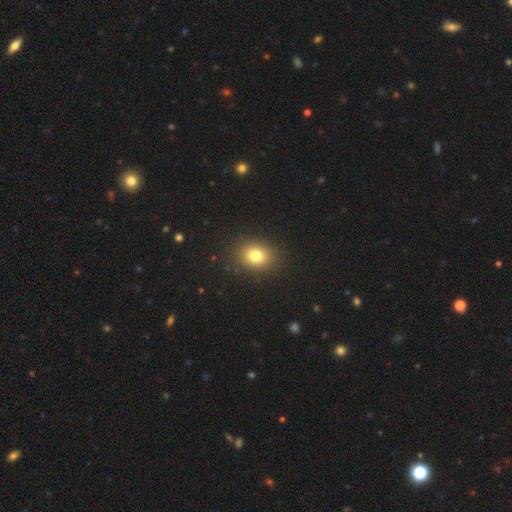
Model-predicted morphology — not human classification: smooth-or-featured: smooth: 79% | star or artifact: 12% | featured or disk: 8%
  how-rounded: round: 50% | in between: 49% | cigar-shaped: 1%
  merging: none: 88% | minor disturbance: 8% | major disturbance: 3% | merger: 1%